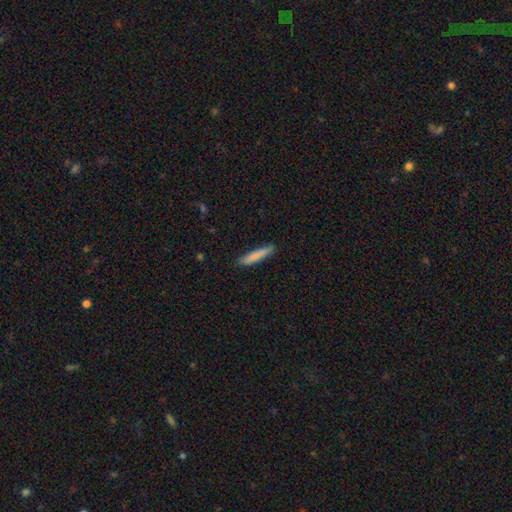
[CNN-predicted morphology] Q: Smooth or featured?
A: smooth (82%); runner-up: featured or disk (13%)
Q: How rounded?
A: cigar-shaped (91%); runner-up: in between (8%)
Q: Merging?
A: none (89%); runner-up: minor disturbance (8%)